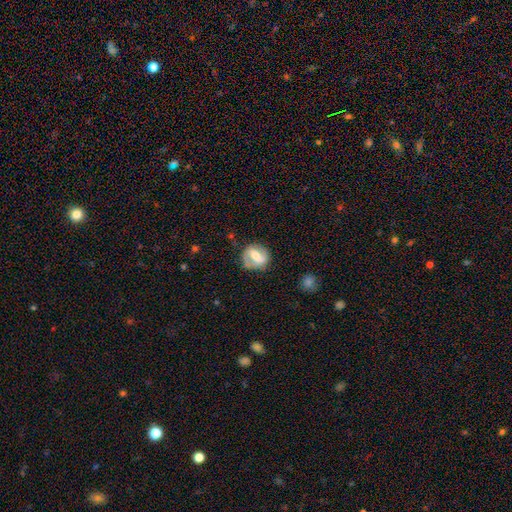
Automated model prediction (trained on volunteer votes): smooth-or-featured: featured or disk: 66% | smooth: 28% | star or artifact: 6%
  disk-edge-on: no: 96% | yes: 4%
    bar: strong: 46% | weak: 38% | no: 16%
    has-spiral-arms: yes: 75% | no: 25%
    bulge-size: moderate: 62% | small: 26% | large: 8% | none: 2% | dominant: 1%
  merging: none: 76% | minor disturbance: 16% | major disturbance: 6% | merger: 2%